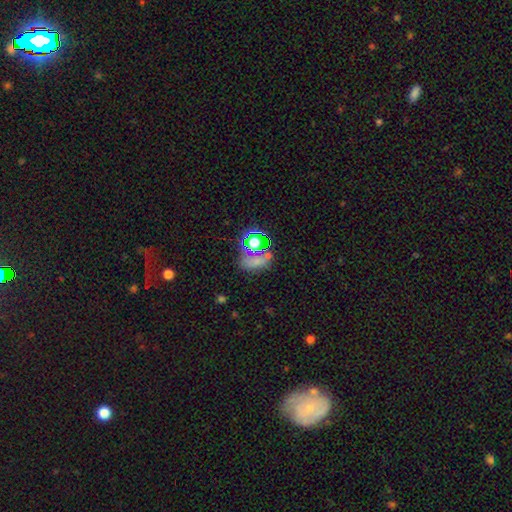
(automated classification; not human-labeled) Morphology: type=star or artifact (69%).